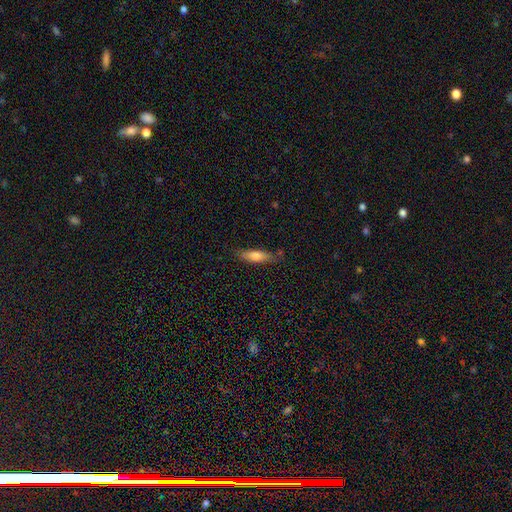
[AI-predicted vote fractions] smooth_or_featured: smooth (p=0.69) [alt: featured or disk p=0.25]
how_rounded: cigar-shaped (p=0.65) [alt: in between p=0.33]
merging: none (p=0.78) [alt: minor disturbance p=0.16]